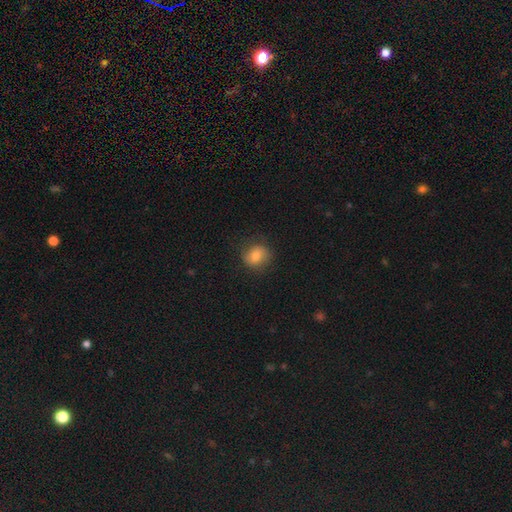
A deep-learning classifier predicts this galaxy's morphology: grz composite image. It shows a smooth galaxy with no disk features (72%) that is round (72%). Merging: none (77%).